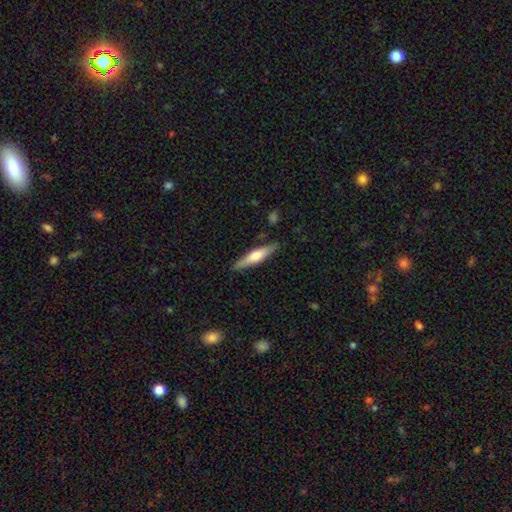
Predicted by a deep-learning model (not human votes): Q: Smooth or featured?
A: smooth (48%); runner-up: featured or disk (46%)
Q: Merging?
A: none (87%); runner-up: minor disturbance (10%)